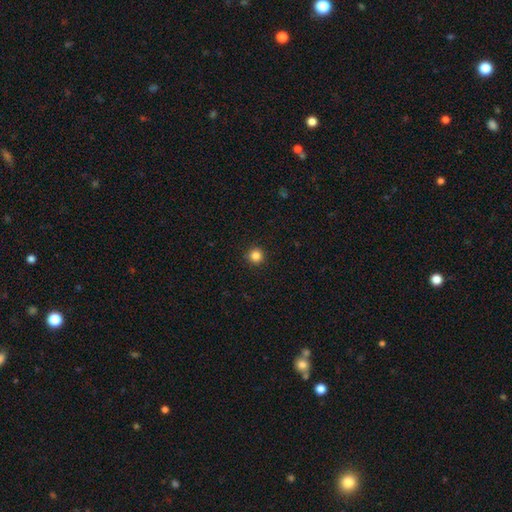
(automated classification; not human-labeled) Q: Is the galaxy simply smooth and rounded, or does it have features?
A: smooth — 85%.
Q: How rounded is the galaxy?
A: round — 95%.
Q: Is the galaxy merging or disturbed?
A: none — 92%.